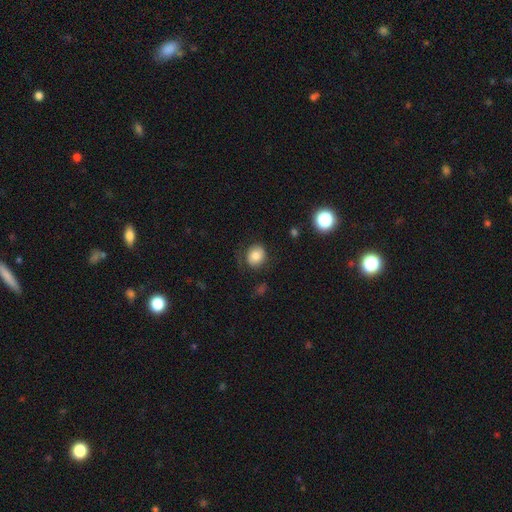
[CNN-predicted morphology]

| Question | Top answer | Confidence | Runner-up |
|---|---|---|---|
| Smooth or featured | smooth | 75% | featured or disk (15%) |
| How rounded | round | 72% | in between (27%) |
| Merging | none | 66% | minor disturbance (20%) |